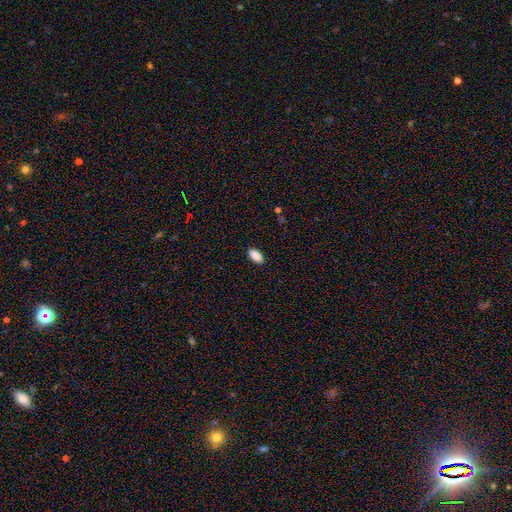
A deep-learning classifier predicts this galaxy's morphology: type=smooth (89%); roundness=in between (92%); merging=none (89%).